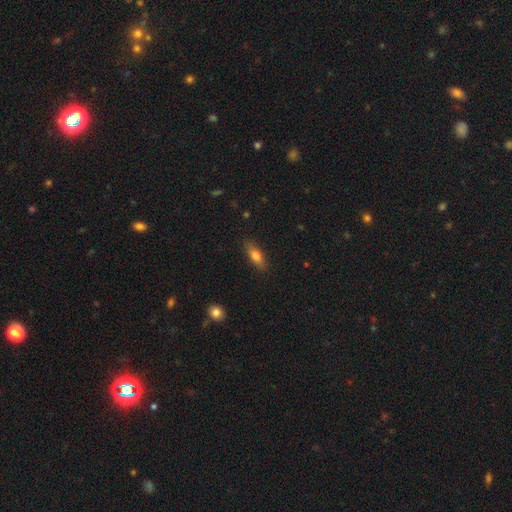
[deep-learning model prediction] Smooth or featured? smooth (75%)
How rounded? in between (63%)
Merging? none (86%)